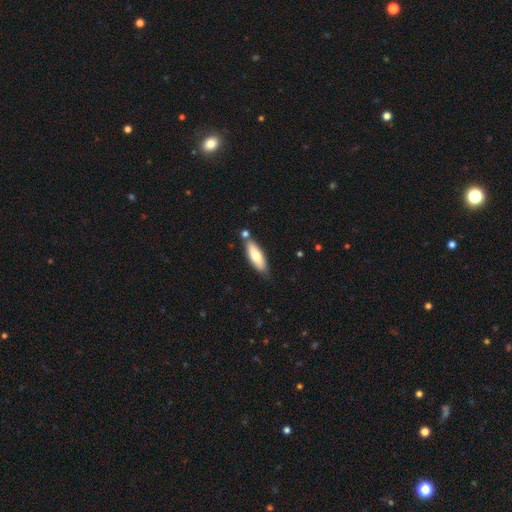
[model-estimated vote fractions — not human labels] A smooth galaxy with no disk features (73%) that is in between round and cigar-shaped (54%).

Vote fractions:
- Smooth or featured? smooth: 73% / featured or disk: 22% / star or artifact: 6%
- How rounded? in between: 54% / cigar-shaped: 44% / round: 2%
- Merging? none: 72% / minor disturbance: 15% / merger: 10% / major disturbance: 3%